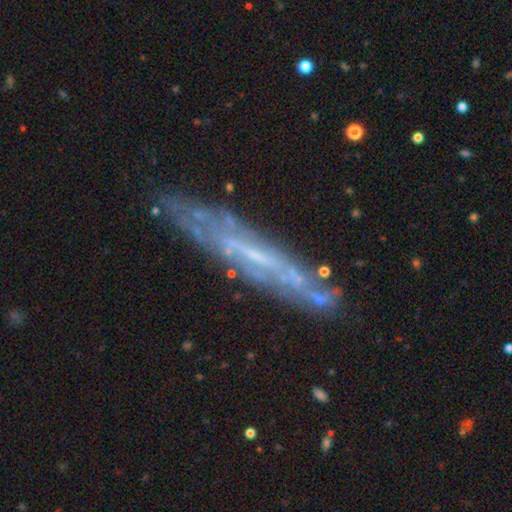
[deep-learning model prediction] Smooth or featured: featured or disk — 75% (smooth — 17%)
Edge-on disk: yes — 57% (no — 43%)
Merging: none — 72% (minor disturbance — 18%)